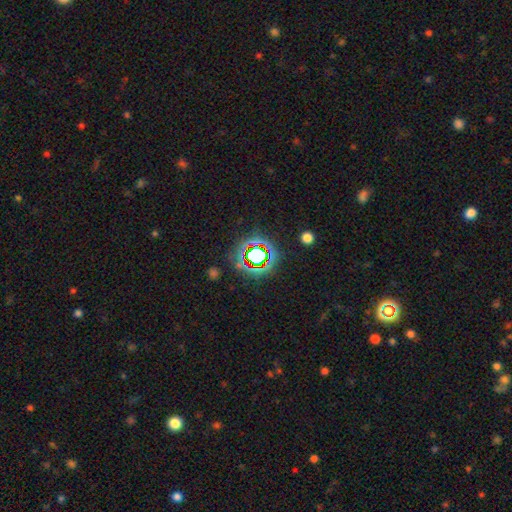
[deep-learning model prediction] smooth-or-featured: star or artifact: 65% | smooth: 22% | featured or disk: 13%